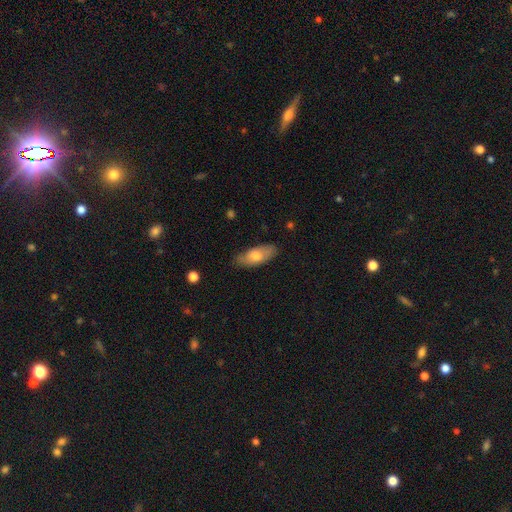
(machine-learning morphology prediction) Smooth or featured?
  - smooth: 71% *
  - featured or disk: 23%
  - star or artifact: 6%
How rounded?
  - in between: 82% *
  - cigar-shaped: 16%
  - round: 2%
Merging?
  - none: 77% *
  - minor disturbance: 18%
  - major disturbance: 3%
  - merger: 1%